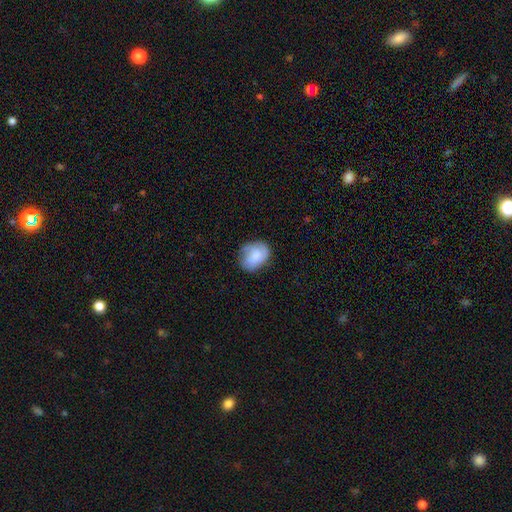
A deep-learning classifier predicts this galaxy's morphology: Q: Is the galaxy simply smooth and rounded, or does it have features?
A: smooth — 69%.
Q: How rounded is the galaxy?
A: in between — 54%.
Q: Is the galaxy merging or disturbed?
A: none — 64%.